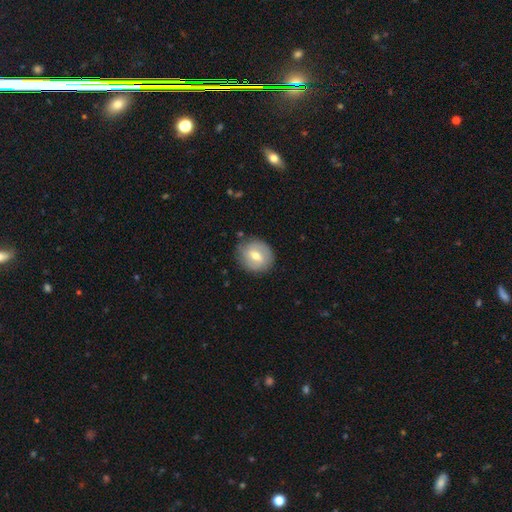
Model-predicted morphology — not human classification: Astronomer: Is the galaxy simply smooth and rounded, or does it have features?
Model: smooth — 53% (runner-up: featured or disk, 39%).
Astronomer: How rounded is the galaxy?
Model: round — 81%.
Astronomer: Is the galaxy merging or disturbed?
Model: none — 81%.